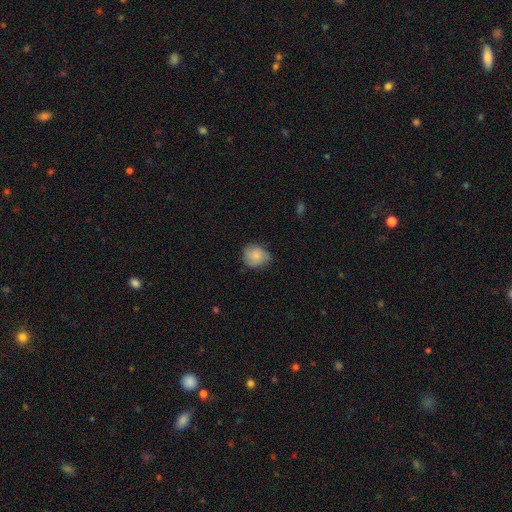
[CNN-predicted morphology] smooth_or_featured: smooth (p=0.78) [alt: featured or disk p=0.15]
how_rounded: round (p=0.76) [alt: in between p=0.23]
merging: none (p=0.67) [alt: minor disturbance p=0.27]